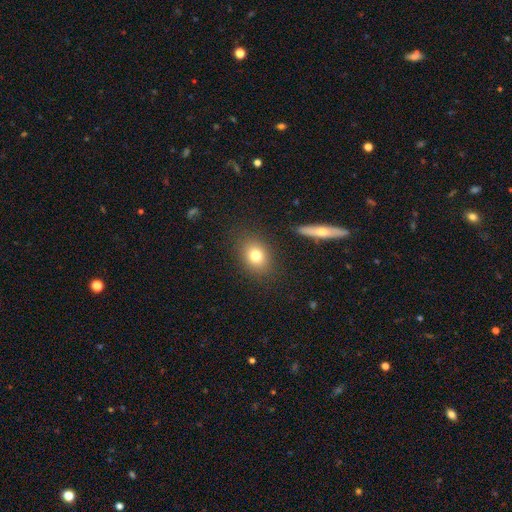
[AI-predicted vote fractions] Overall: smooth (77%). How rounded: in between (52%; round 46%). Merging: none (85%).